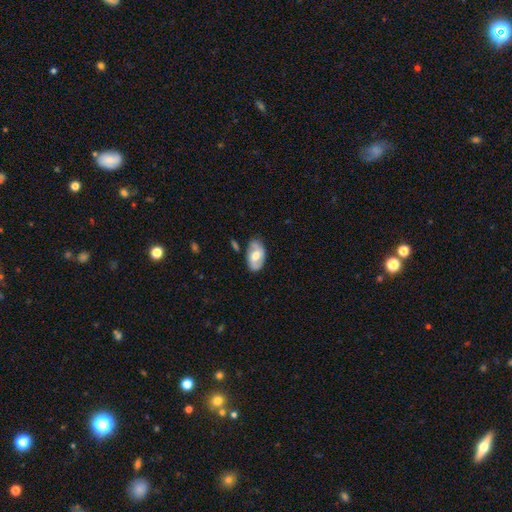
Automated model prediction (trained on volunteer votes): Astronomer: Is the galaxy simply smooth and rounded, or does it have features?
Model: featured or disk — 52% (runner-up: smooth, 42%).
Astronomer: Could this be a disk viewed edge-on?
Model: no — 92%.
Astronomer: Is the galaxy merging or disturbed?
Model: none — 76%.